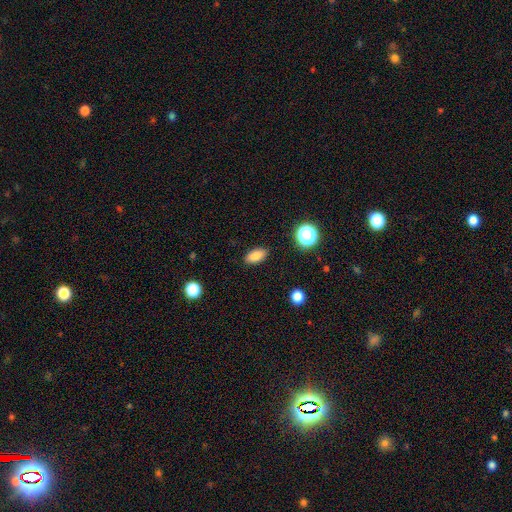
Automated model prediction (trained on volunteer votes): This appears to be a smooth galaxy with no disk features (83%) that is in between round and cigar-shaped (89%). Merging: none (88%).